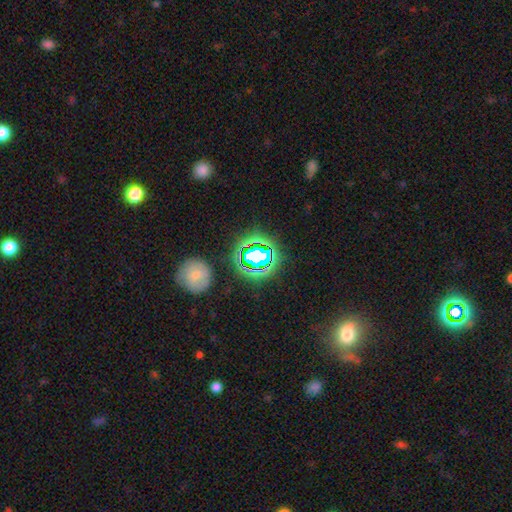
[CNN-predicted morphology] smooth_or_featured: star or artifact (p=0.59) [alt: smooth p=0.27]